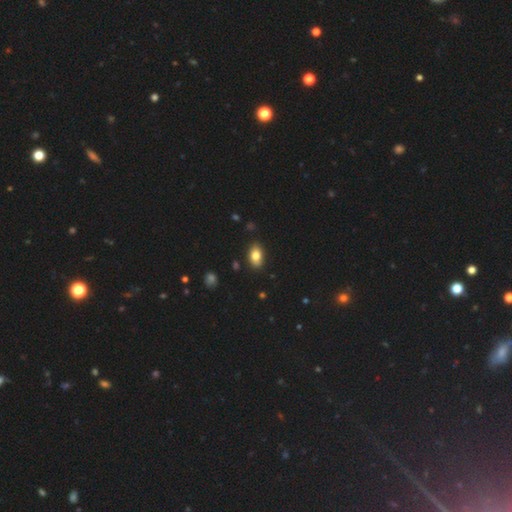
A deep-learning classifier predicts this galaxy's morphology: Smooth or featured? Predicted: smooth (p=0.82). How rounded? Predicted: in between (p=0.89). Merging? Predicted: none (p=0.86).